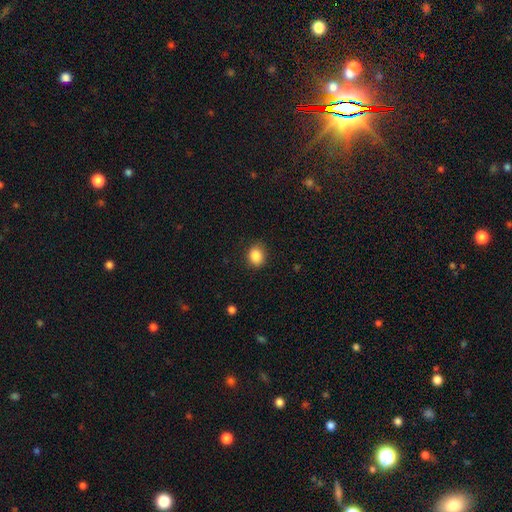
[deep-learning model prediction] A smooth galaxy with no disk features (87%) that is round (60%). Merging: none (84%).